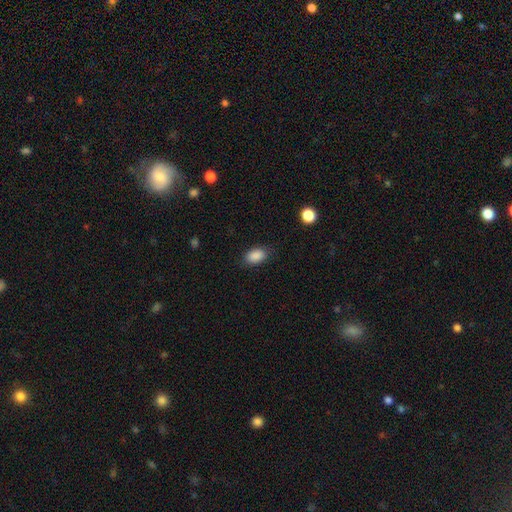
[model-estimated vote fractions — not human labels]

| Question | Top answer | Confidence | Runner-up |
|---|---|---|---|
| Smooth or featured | smooth | 89% | star or artifact (8%) |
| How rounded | in between | 89% | round (10%) |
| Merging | none | 83% | minor disturbance (12%) |